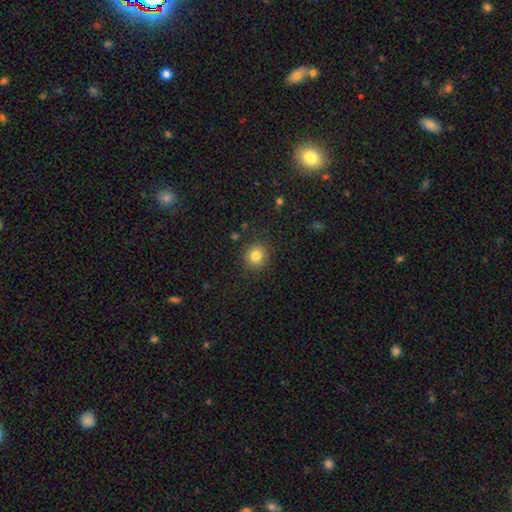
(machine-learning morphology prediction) A smooth galaxy with no disk features (83%) that is round (89%). Merging: none (89%).